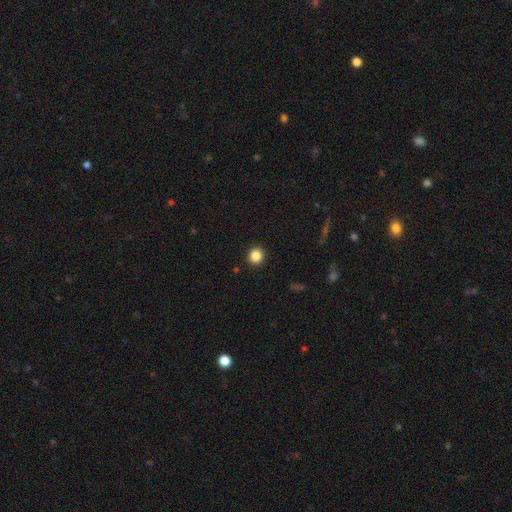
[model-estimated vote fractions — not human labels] Smooth or featured? smooth (86%)
How rounded? round (91%)
Merging? none (93%)